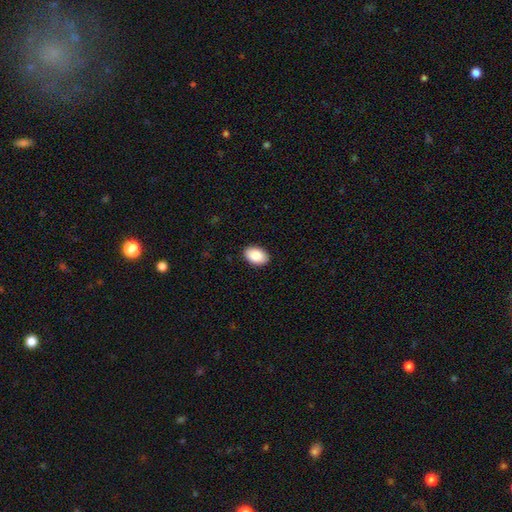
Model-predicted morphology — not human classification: The model was most divided on "how rounded": in between: 90%, round: 9%, cigar-shaped: 1%. More confident: merging — none (90%); smooth or featured — smooth (90%).